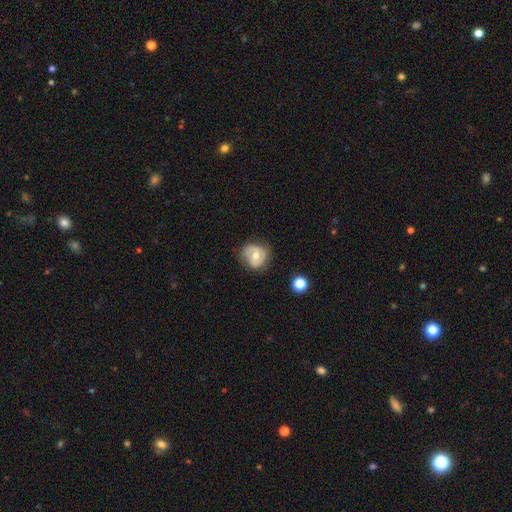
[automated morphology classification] smooth-or-featured: featured or disk: 52% | smooth: 40% | star or artifact: 7%
  disk-edge-on: no: 97% | yes: 3%
    bar: no: 59% | weak: 31% | strong: 10%
    has-spiral-arms: yes: 62% | no: 38%
    bulge-size: moderate: 73% | small: 22% | large: 4% | none: 1% | dominant: 1%
  merging: none: 70% | minor disturbance: 22% | major disturbance: 7% | merger: 1%